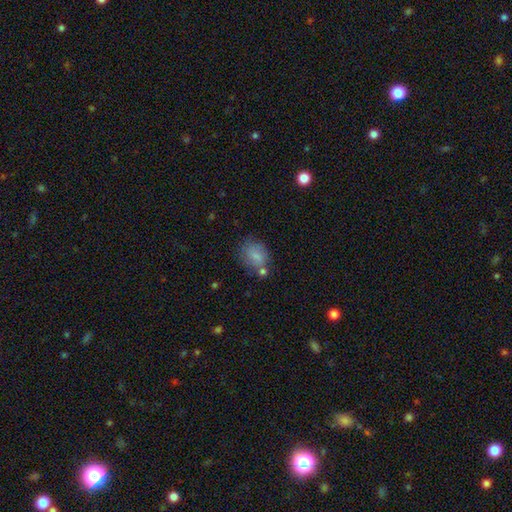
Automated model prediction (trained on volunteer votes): Smooth or featured?
  - smooth: 76% *
  - featured or disk: 15%
  - star or artifact: 9%
How rounded?
  - in between: 55% *
  - round: 43%
  - cigar-shaped: 1%
Merging?
  - none: 55% *
  - minor disturbance: 21%
  - merger: 15%
  - major disturbance: 8%